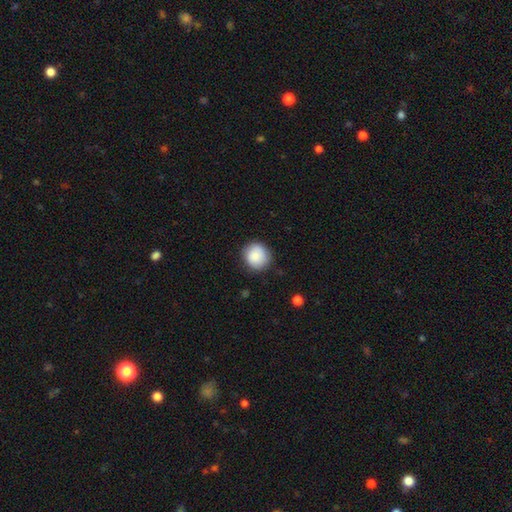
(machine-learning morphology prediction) Overall: smooth (87%). How rounded: round (91%). Merging: none (86%).